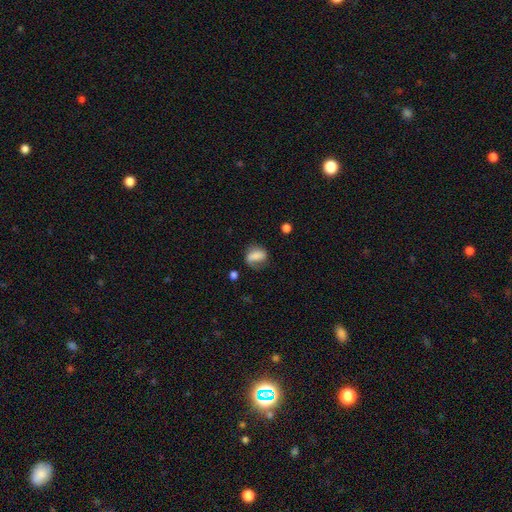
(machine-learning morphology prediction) smooth-or-featured: smooth: 68% | featured or disk: 22% | star or artifact: 10%
  how-rounded: in between: 67% | round: 29% | cigar-shaped: 5%
  merging: none: 51% | minor disturbance: 28% | major disturbance: 17% | merger: 4%